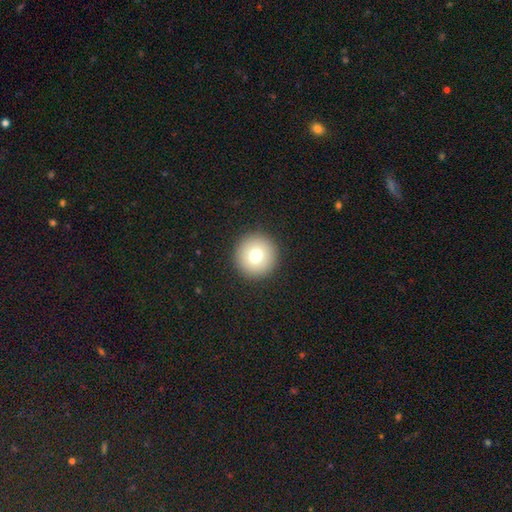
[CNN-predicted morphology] Overall: smooth (72%). How rounded: round (96%). Merging: none (92%).